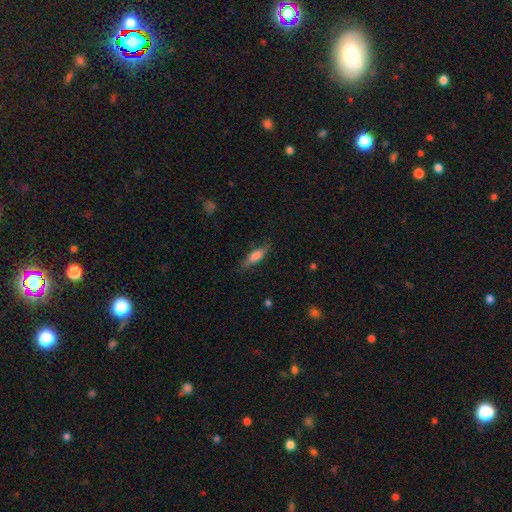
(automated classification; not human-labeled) This is likely a smooth galaxy (72%). How rounded: possibly in between (50%). Merging: likely none (75%).